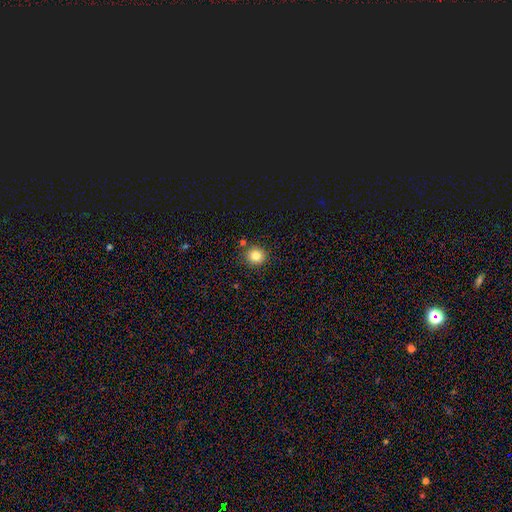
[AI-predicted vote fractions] smooth 83%, star or artifact 11%, featured or disk 5%. Down the decision tree: how rounded — round (90%); merging — none (84%).